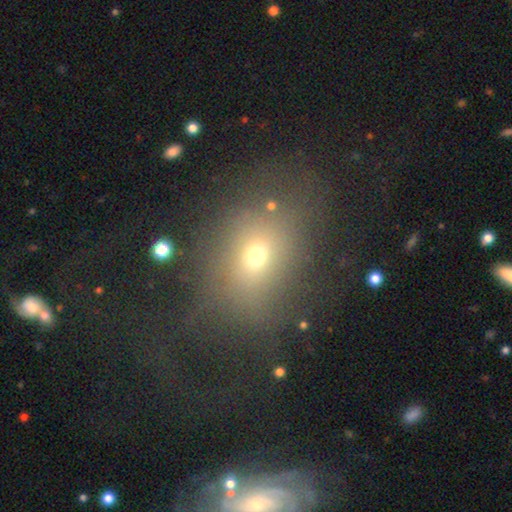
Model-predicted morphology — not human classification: This appears to be a smooth galaxy with no disk features (64%) that is in between round and cigar-shaped (50%). Merging: none (66%).